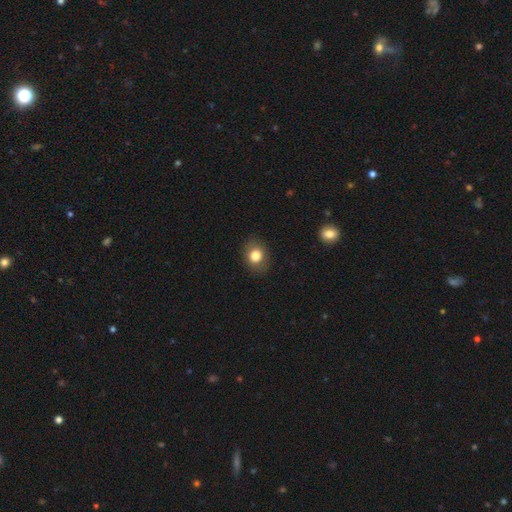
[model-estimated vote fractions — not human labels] Smooth or featured: smooth — 81% (star or artifact — 10%)
How rounded: round — 55% (in between — 44%)
Merging: none — 86% (minor disturbance — 10%)